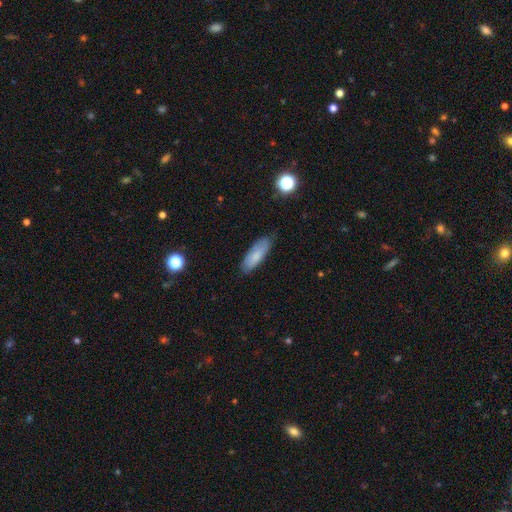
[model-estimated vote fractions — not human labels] The model was most divided on "how rounded": in between: 60%, cigar-shaped: 39%, round: 2%. More confident: merging — none (79%); smooth or featured — smooth (78%).